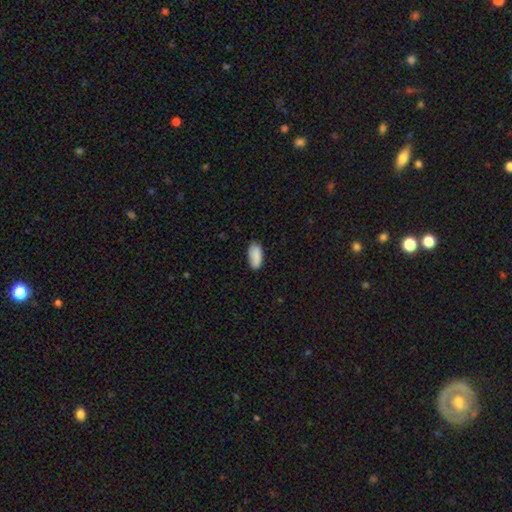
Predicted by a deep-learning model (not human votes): smooth_or_featured: smooth (p=0.89) [alt: star or artifact p=0.07]
how_rounded: in between (p=0.90) [alt: cigar-shaped p=0.08]
merging: none (p=0.79) [alt: minor disturbance p=0.17]